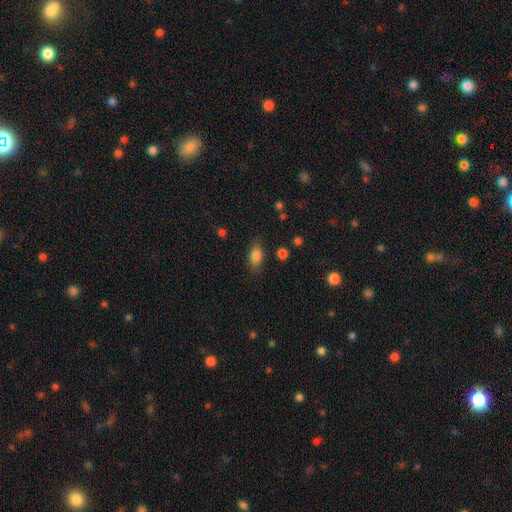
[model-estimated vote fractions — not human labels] smooth 84%, star or artifact 9%, featured or disk 8%. Down the decision tree: how rounded — in between (85%); merging — none (81%).